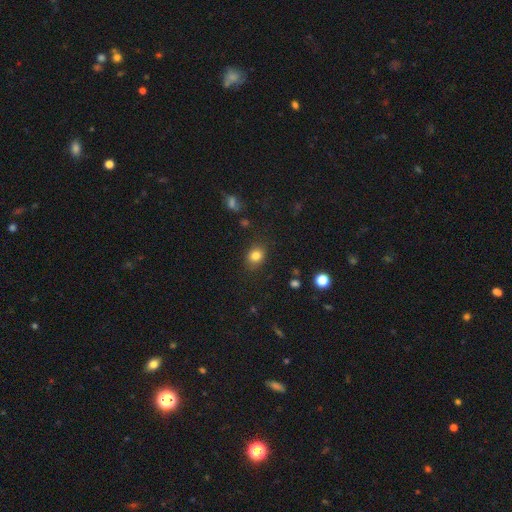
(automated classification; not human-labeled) Q: Smooth or featured?
A: smooth (82%); runner-up: star or artifact (11%)
Q: How rounded?
A: round (52%); runner-up: in between (47%)
Q: Merging?
A: none (83%); runner-up: minor disturbance (12%)